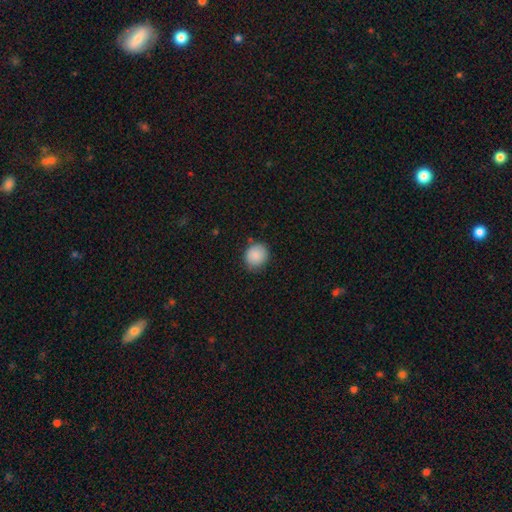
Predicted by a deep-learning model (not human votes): smooth_or_featured: smooth (p=0.88) [alt: star or artifact p=0.08]
how_rounded: round (p=0.79) [alt: in between p=0.20]
merging: none (p=0.82) [alt: minor disturbance p=0.14]